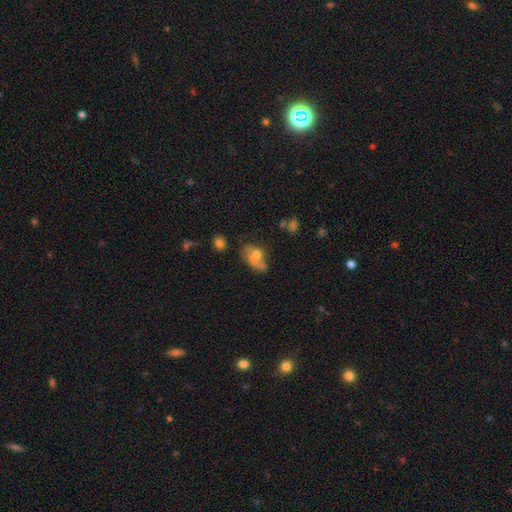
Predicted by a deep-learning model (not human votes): This is possibly a smooth galaxy (53%). How rounded: likely in between (80%). Merging: marginally major disturbance (29%).